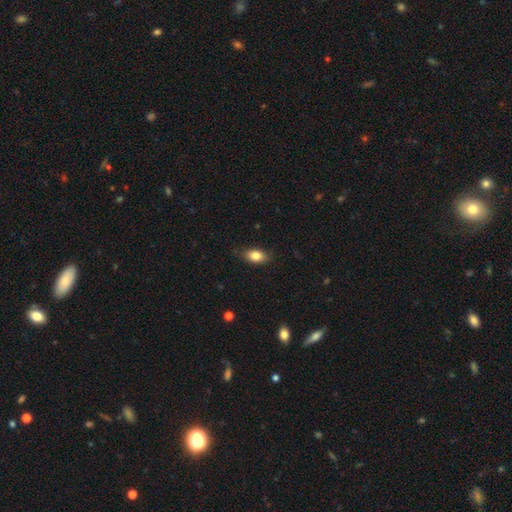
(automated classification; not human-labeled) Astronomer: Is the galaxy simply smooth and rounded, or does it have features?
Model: smooth — 84%.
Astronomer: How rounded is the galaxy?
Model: in between — 86%.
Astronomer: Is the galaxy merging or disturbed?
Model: none — 80%.